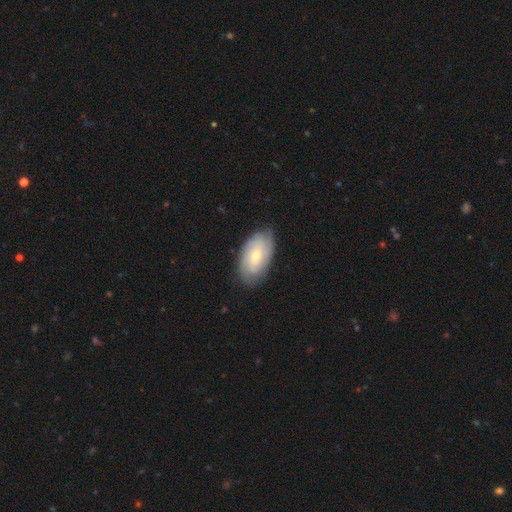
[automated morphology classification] This appears to be a featured or disk galaxy (59%) with no bar (63%), spiral arms (86%) and a small central bulge (63%). Merging: none (81%).